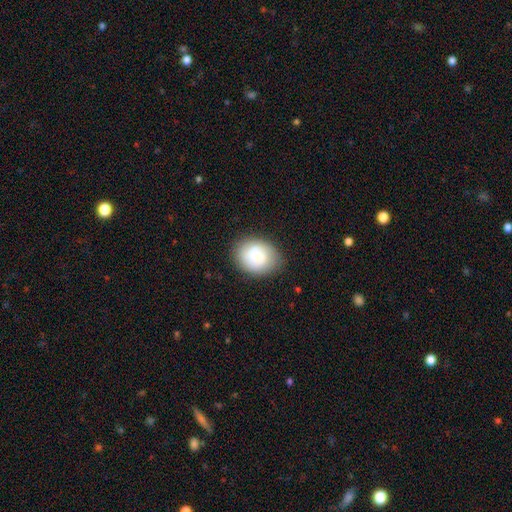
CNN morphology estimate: Smooth or featured: smooth — 69% (featured or disk — 23%)
How rounded: in between — 52% (round — 47%)
Merging: none — 73% (minor disturbance — 19%)